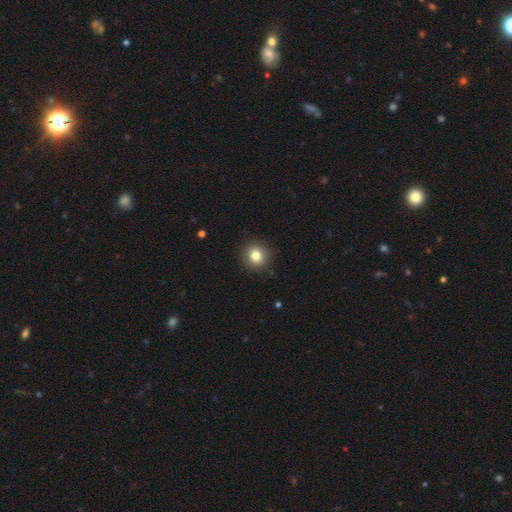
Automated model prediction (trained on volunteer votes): A smooth galaxy with no disk features (82%) that is round (88%).

Vote fractions:
- Smooth or featured? smooth: 82% / star or artifact: 11% / featured or disk: 7%
- How rounded? round: 88% / in between: 11% / cigar-shaped: 1%
- Merging? none: 90% / minor disturbance: 7% / major disturbance: 2% / merger: 1%